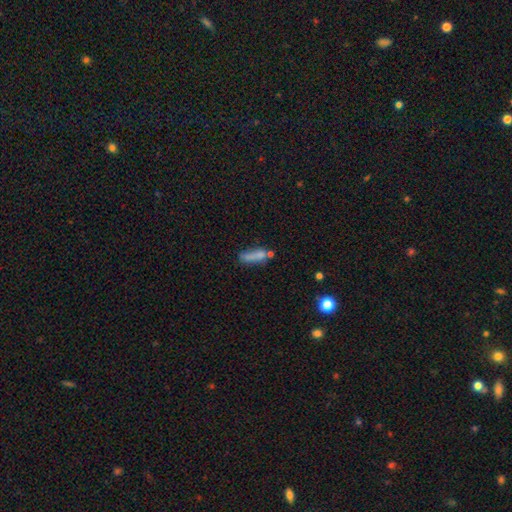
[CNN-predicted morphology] Smooth or featured?
  - smooth: 70% *
  - featured or disk: 19%
  - star or artifact: 11%
How rounded?
  - cigar-shaped: 54% *
  - in between: 43%
  - round: 3%
Merging?
  - none: 40% *
  - merger: 23%
  - minor disturbance: 23%
  - major disturbance: 14%